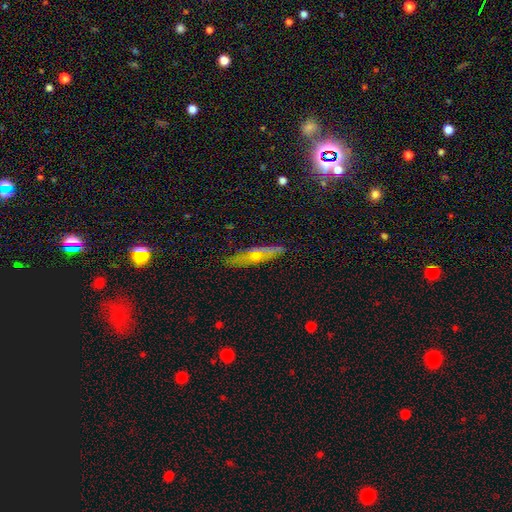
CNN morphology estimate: Q: Smooth or featured?
A: featured or disk (54%); runner-up: smooth (28%)
Q: Edge-on disk?
A: yes (70%); runner-up: no (30%)
Q: Merging?
A: none (77%); runner-up: minor disturbance (16%)